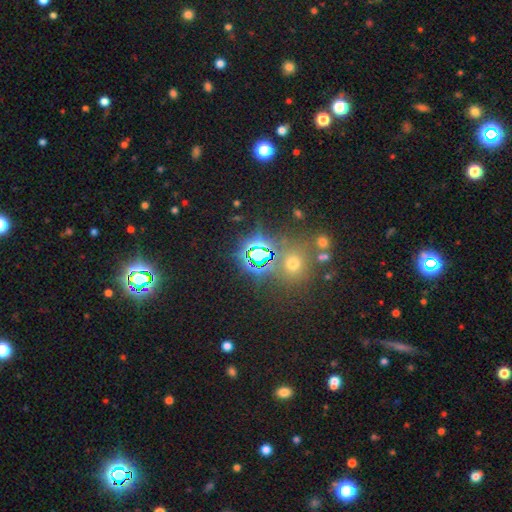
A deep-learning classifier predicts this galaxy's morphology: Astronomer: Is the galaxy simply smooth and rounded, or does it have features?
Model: star or artifact — 61%.